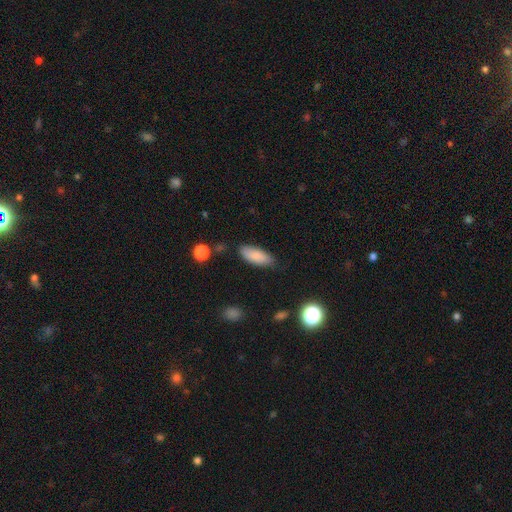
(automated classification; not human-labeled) smooth_or_featured: smooth (p=0.85) [alt: featured or disk p=0.08]
how_rounded: in between (p=0.78) [alt: cigar-shaped p=0.20]
merging: none (p=0.79) [alt: minor disturbance p=0.16]